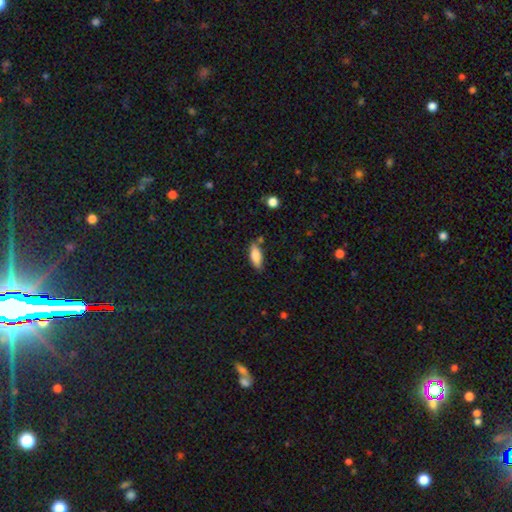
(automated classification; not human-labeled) This is likely a smooth galaxy (79%). How rounded: likely in between (73%). Merging: likely none (73%).